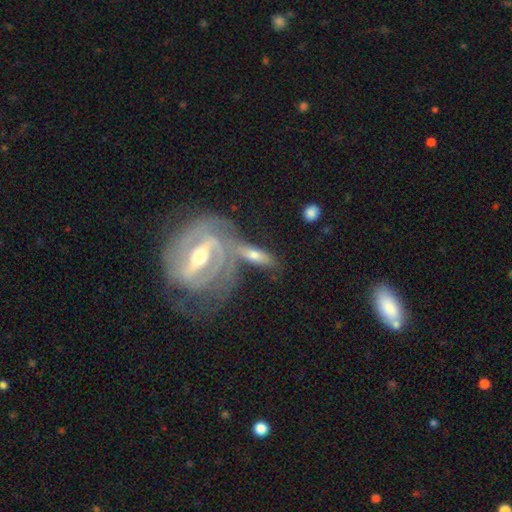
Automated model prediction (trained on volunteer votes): Smooth or featured?
  - featured or disk: 78% *
  - smooth: 15%
  - star or artifact: 7%
Edge-on disk?
  - no: 80% *
  - yes: 20%
Bar?
  - strong: 51% *
  - weak: 32%
  - no: 17%
Spiral arms?
  - yes: 82% *
  - no: 18%
Spiral winding?
  - tight: 59% *
  - medium: 31%
  - loose: 10%
Spiral arm count?
  - 2: 50% *
  - can't tell: 26%
  - 3: 12%
  - 1: 6%
  - 4: 3%
  - more than 4: 3%
Bulge size?
  - moderate: 69% *
  - small: 21%
  - large: 7%
  - none: 2%
  - dominant: 1%
Merging?
  - none: 46% *
  - merger: 29%
  - minor disturbance: 16%
  - major disturbance: 10%